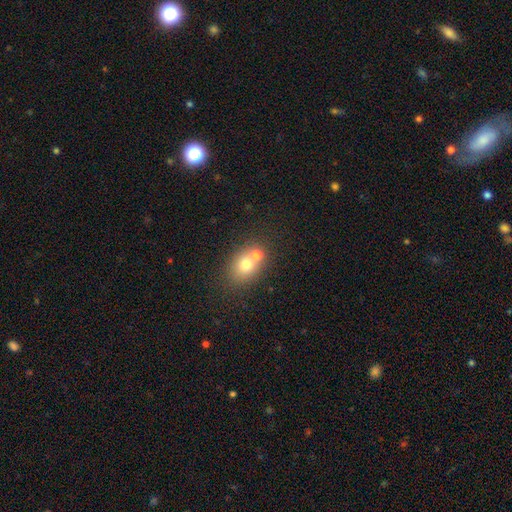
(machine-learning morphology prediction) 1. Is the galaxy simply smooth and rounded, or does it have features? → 70% smooth, 17% featured or disk, 12% star or artifact.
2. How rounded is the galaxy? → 57% round, 42% in between, 1% cigar-shaped.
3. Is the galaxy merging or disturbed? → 51% merger, 39% none, 7% minor disturbance, 3% major disturbance.